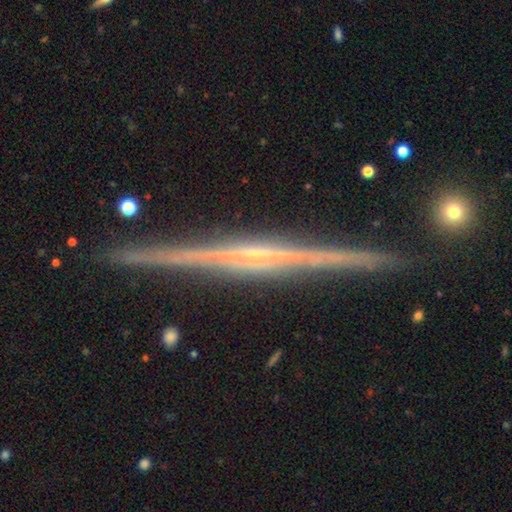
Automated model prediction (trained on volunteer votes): A featured or disk galaxy (88%) viewed edge-on (99%) with a rounded central bulge (52%). Merging: none (92%).